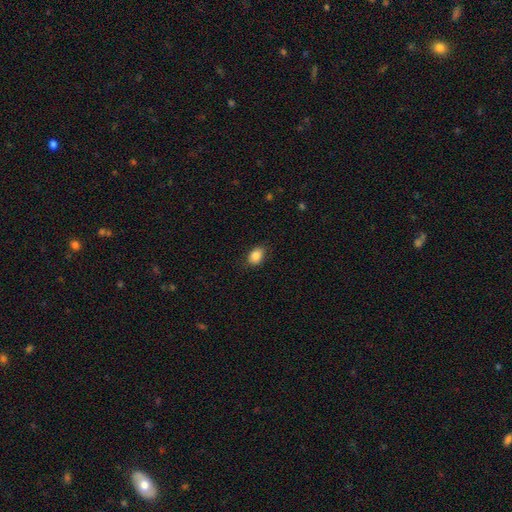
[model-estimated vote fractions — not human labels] smooth_or_featured: smooth (p=0.86) [alt: star or artifact p=0.09]
how_rounded: in between (p=0.76) [alt: round p=0.23]
merging: none (p=0.83) [alt: minor disturbance p=0.13]